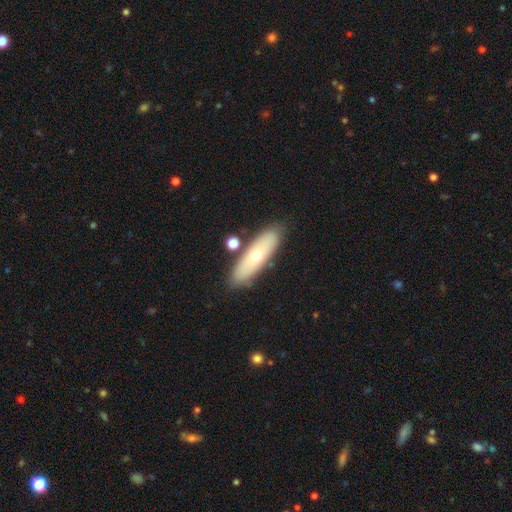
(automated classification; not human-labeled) smooth_or_featured: smooth (p=0.55) [alt: featured or disk p=0.38]
how_rounded: cigar-shaped (p=0.51) [alt: in between p=0.47]
merging: none (p=0.82) [alt: minor disturbance p=0.10]